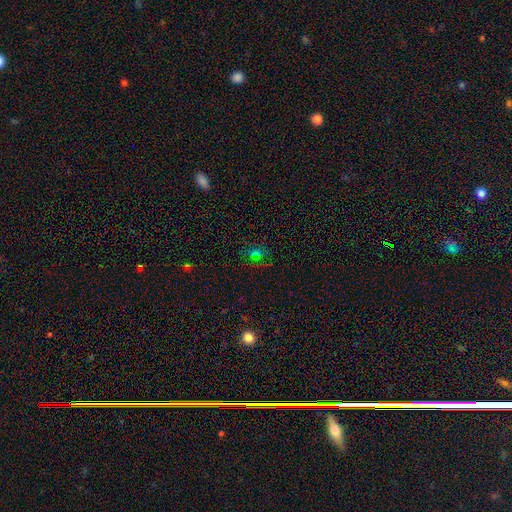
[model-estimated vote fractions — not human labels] Smooth or featured: smooth — 51% (star or artifact — 32%)
How rounded: round — 68% (in between — 31%)
Merging: none — 75% (minor disturbance — 15%)